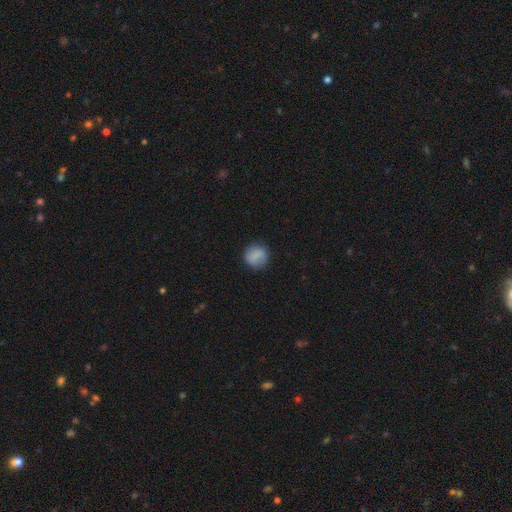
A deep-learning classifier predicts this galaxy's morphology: This is clearly a smooth galaxy (83%). How rounded: clearly round (86%). Merging: clearly none (81%).